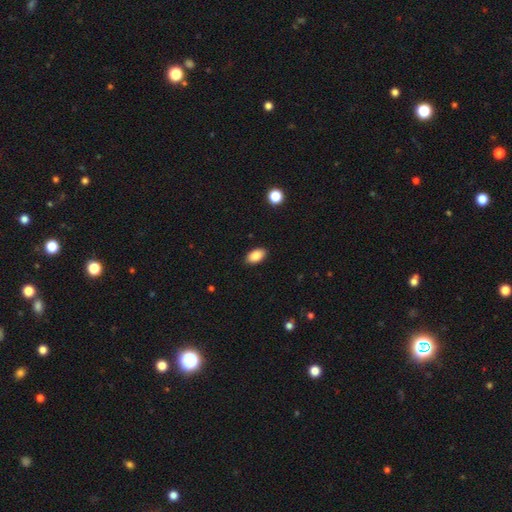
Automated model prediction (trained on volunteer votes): The model was most divided on "smooth or featured": smooth: 87%, star or artifact: 8%, featured or disk: 5%. More confident: how rounded — in between (93%); merging — none (89%).